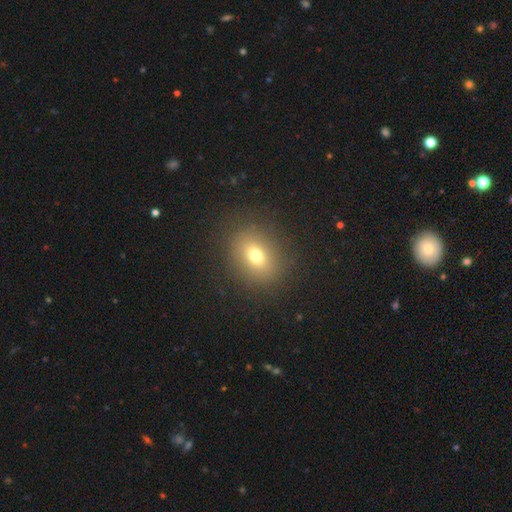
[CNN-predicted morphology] smooth_or_featured: smooth (p=0.71) [alt: star or artifact p=0.15]
how_rounded: in between (p=0.51) [alt: round p=0.47]
merging: none (p=0.87) [alt: minor disturbance p=0.08]